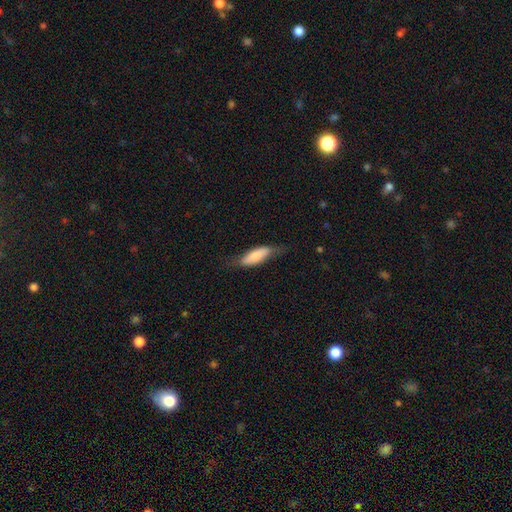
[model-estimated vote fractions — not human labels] smooth-or-featured: smooth: 71% | featured or disk: 23% | star or artifact: 6%
  how-rounded: in between: 56% | cigar-shaped: 42% | round: 2%
  merging: none: 59% | minor disturbance: 28% | major disturbance: 11% | merger: 2%